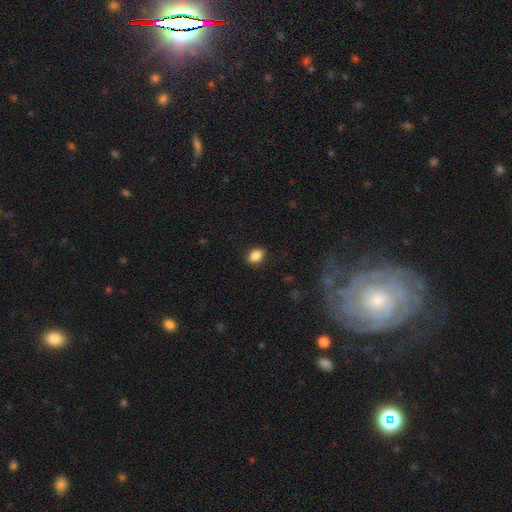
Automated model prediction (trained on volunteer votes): Smooth or featured? Predicted: smooth (p=0.87). How rounded? Predicted: in between (p=0.74). Merging? Predicted: none (p=0.87).